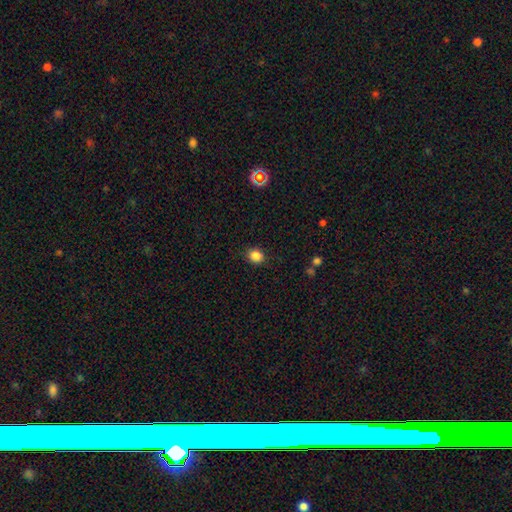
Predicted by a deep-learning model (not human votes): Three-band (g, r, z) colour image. It shows a smooth galaxy with no disk features (86%) that is round (69%). Merging: none (86%).